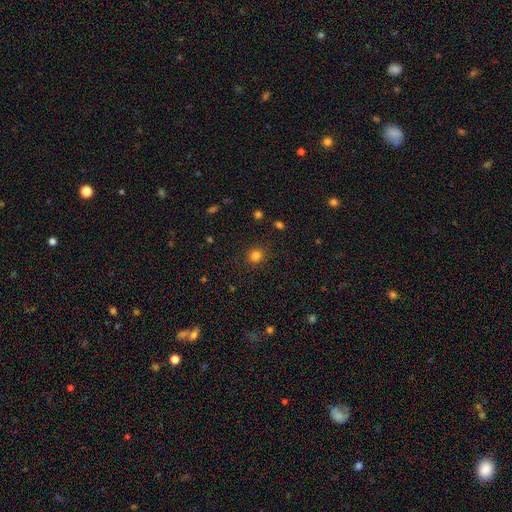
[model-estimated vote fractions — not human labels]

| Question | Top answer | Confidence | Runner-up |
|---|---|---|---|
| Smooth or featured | smooth | 82% | star or artifact (14%) |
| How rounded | round | 87% | in between (12%) |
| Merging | none | 89% | minor disturbance (7%) |